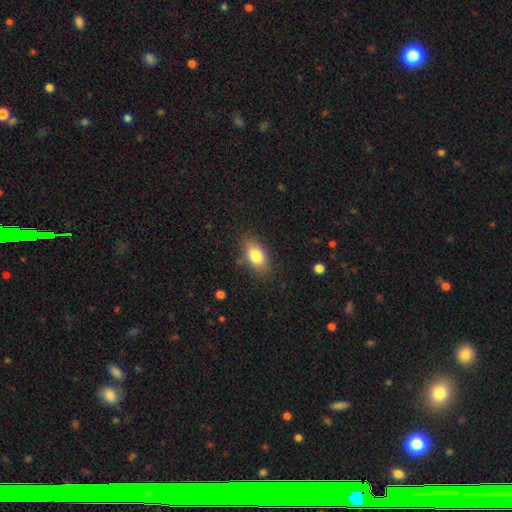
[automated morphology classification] smooth-or-featured: smooth: 81% | featured or disk: 11% | star or artifact: 8%
  how-rounded: in between: 87% | round: 9% | cigar-shaped: 4%
  merging: none: 80% | minor disturbance: 14% | major disturbance: 4% | merger: 2%